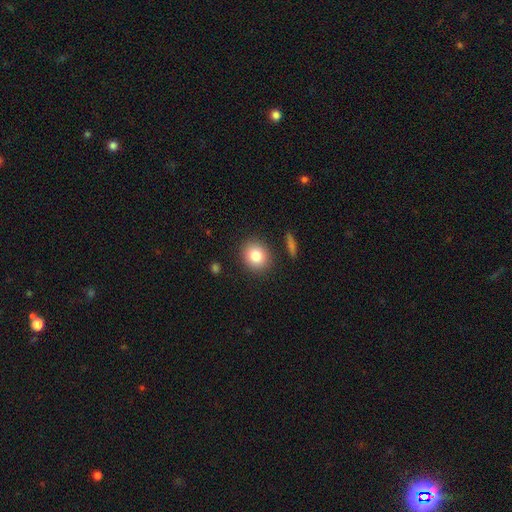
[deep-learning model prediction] Smooth or featured? Predicted: smooth (p=0.82). How rounded? Predicted: round (p=0.77). Merging? Predicted: none (p=0.88).